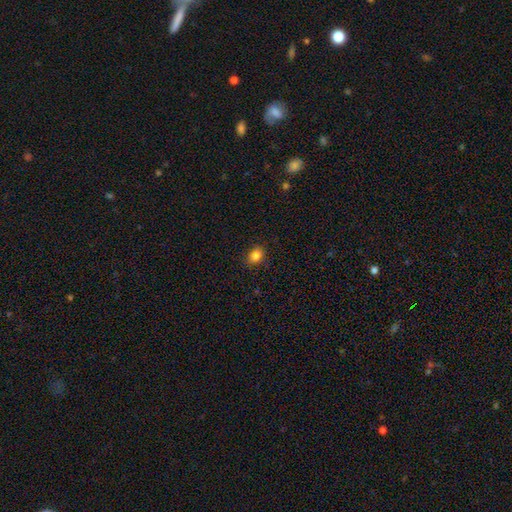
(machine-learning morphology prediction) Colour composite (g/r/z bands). It shows a smooth galaxy with no disk features (84%) that is in between round and cigar-shaped (56%). Merging: none (87%).